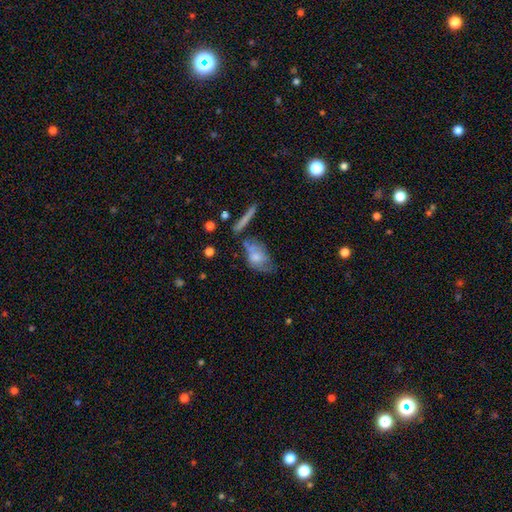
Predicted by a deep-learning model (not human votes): This is likely a smooth galaxy (64%). How rounded: clearly in between (81%). Merging: marginally none (34%).